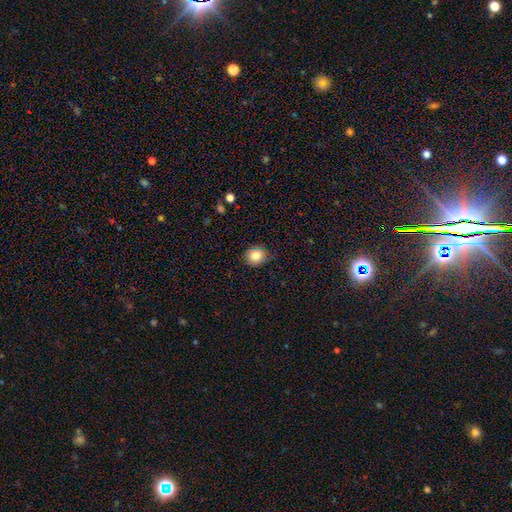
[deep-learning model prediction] smooth 84%, star or artifact 10%, featured or disk 6%. Down the decision tree: how rounded — round (76%); merging — none (83%).